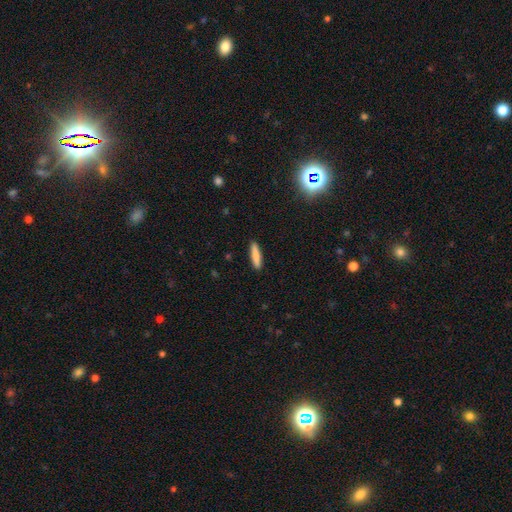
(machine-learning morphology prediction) smooth-or-featured: smooth: 83% | featured or disk: 11% | star or artifact: 6%
  how-rounded: cigar-shaped: 82% | in between: 17% | round: 1%
  merging: none: 90% | minor disturbance: 7% | major disturbance: 2% | merger: 1%